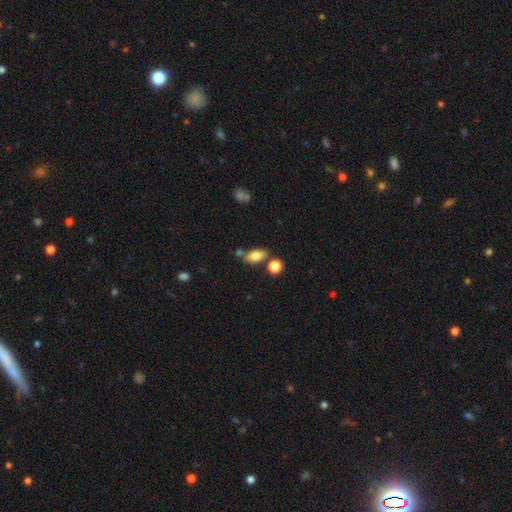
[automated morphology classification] smooth_or_featured: smooth (p=0.80) [alt: featured or disk p=0.12]
how_rounded: in between (p=0.86) [alt: round p=0.08]
merging: none (p=0.67) [alt: merger p=0.16]